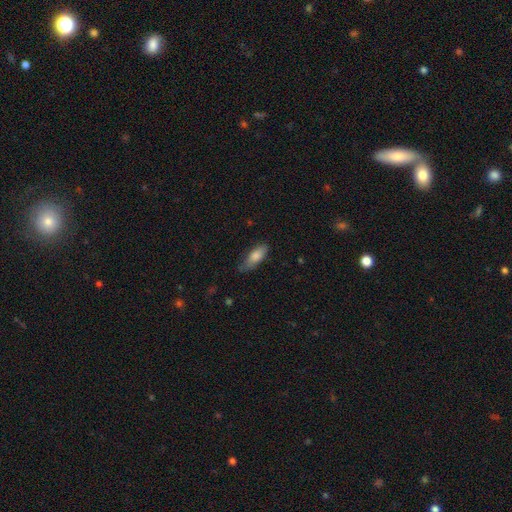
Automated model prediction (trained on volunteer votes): Overall: smooth (76%). How rounded: in between (62%; cigar-shaped 36%). Merging: none (64%; minor disturbance 28%).